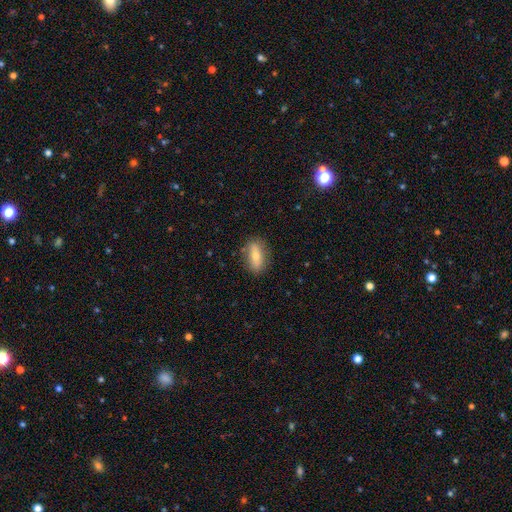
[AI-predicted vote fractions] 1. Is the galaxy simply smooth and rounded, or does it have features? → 60% smooth, 32% featured or disk, 8% star or artifact.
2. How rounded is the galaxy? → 74% in between, 20% cigar-shaped, 6% round.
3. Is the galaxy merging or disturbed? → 83% none, 12% minor disturbance, 3% major disturbance, 1% merger.